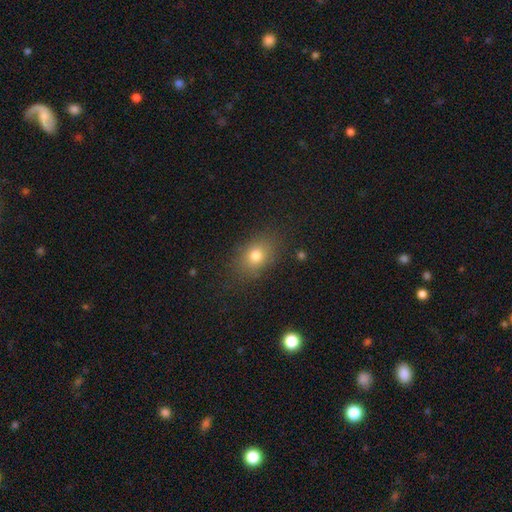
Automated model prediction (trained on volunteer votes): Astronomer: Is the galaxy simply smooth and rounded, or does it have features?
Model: smooth — 76%.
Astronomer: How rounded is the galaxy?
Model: in between — 61% (runner-up: round, 37%).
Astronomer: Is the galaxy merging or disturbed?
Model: none — 81%.